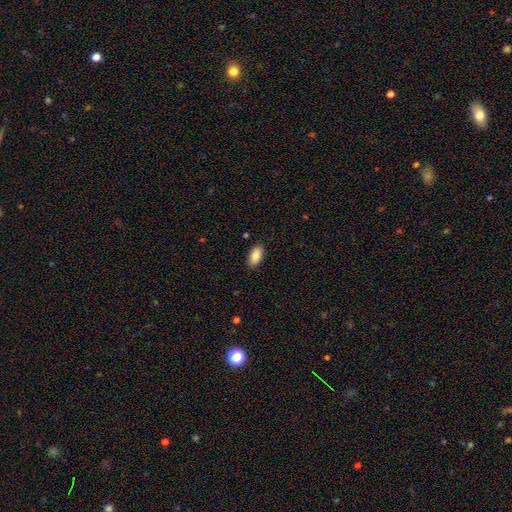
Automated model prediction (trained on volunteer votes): A smooth galaxy with no disk features (86%) that is in between round and cigar-shaped (92%). Merging: none (88%).